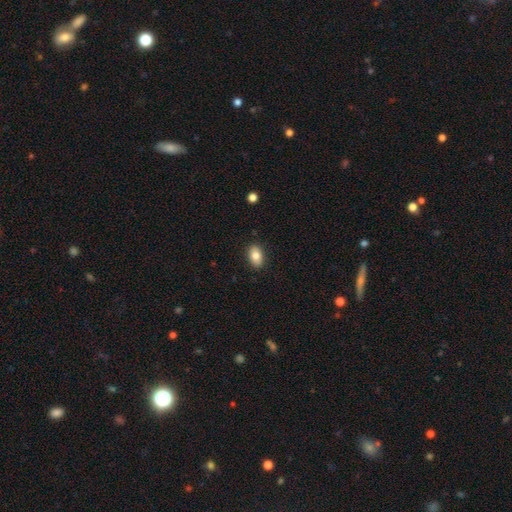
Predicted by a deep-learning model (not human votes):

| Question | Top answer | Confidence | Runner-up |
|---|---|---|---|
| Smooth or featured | smooth | 82% | featured or disk (11%) |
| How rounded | in between | 87% | round (11%) |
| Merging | none | 89% | minor disturbance (8%) |